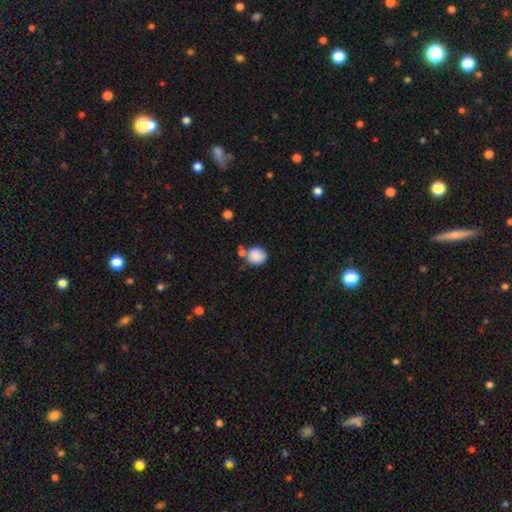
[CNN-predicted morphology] Q: Smooth or featured?
A: smooth (87%); runner-up: star or artifact (8%)
Q: How rounded?
A: round (85%); runner-up: in between (15%)
Q: Merging?
A: none (62%); runner-up: merger (19%)